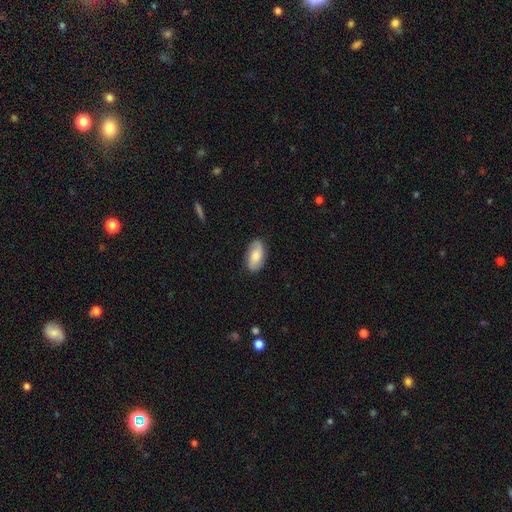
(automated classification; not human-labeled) A smooth galaxy with no disk features (64%) that is in between round and cigar-shaped (93%).

Vote fractions:
- Smooth or featured? smooth: 64% / featured or disk: 29% / star or artifact: 7%
- How rounded? in between: 93% / round: 4% / cigar-shaped: 3%
- Merging? none: 82% / minor disturbance: 14% / major disturbance: 3% / merger: 1%